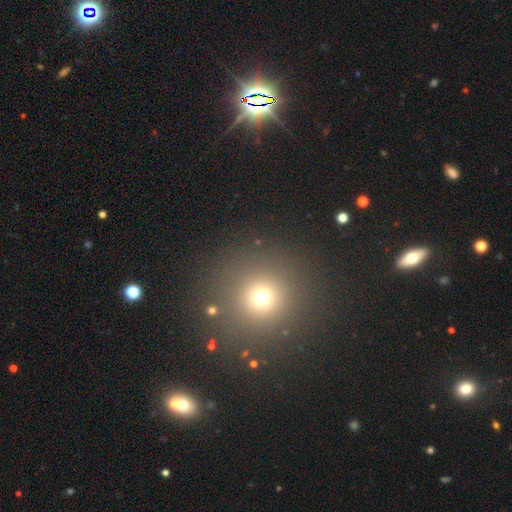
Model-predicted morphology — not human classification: type=smooth (54%); roundness=round (95%); merging=none (89%).